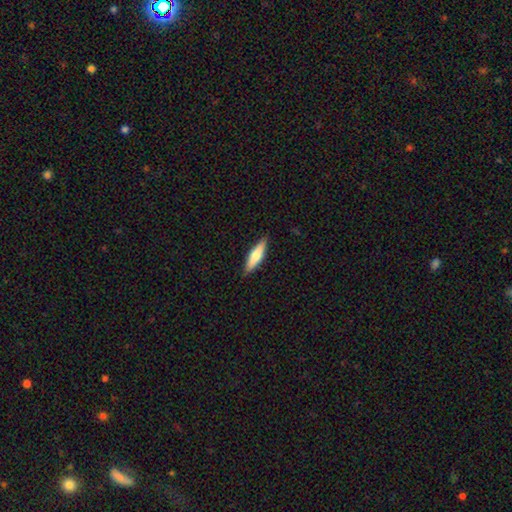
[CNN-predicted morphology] smooth_or_featured: smooth (p=0.61) [alt: featured or disk p=0.33]
how_rounded: cigar-shaped (p=0.70) [alt: in between p=0.29]
merging: none (p=0.88) [alt: minor disturbance p=0.09]